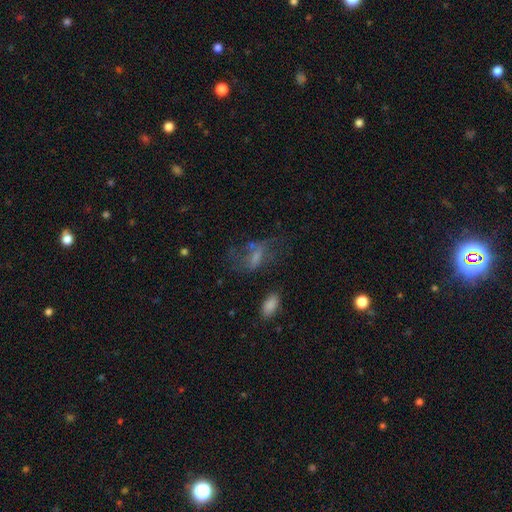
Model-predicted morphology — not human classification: Smooth or featured?
  - smooth: 42% *
  - featured or disk: 37%
  - star or artifact: 21%
Merging?
  - none: 43% *
  - major disturbance: 32%
  - minor disturbance: 19%
  - merger: 5%